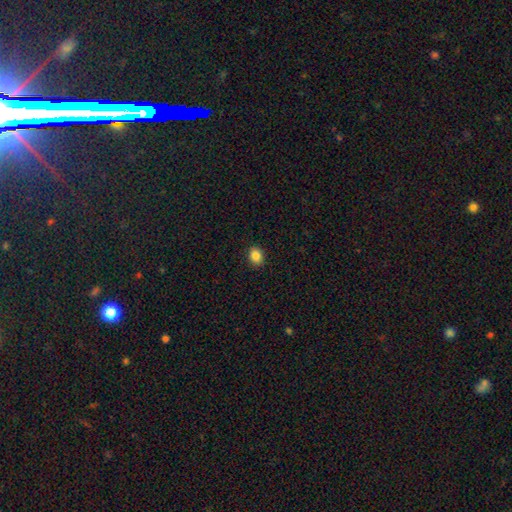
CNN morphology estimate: Smooth or featured?
  - smooth: 86% *
  - star or artifact: 10%
  - featured or disk: 4%
How rounded?
  - in between: 52% *
  - round: 47%
  - cigar-shaped: 1%
Merging?
  - none: 91% *
  - minor disturbance: 7%
  - major disturbance: 2%
  - merger: 1%